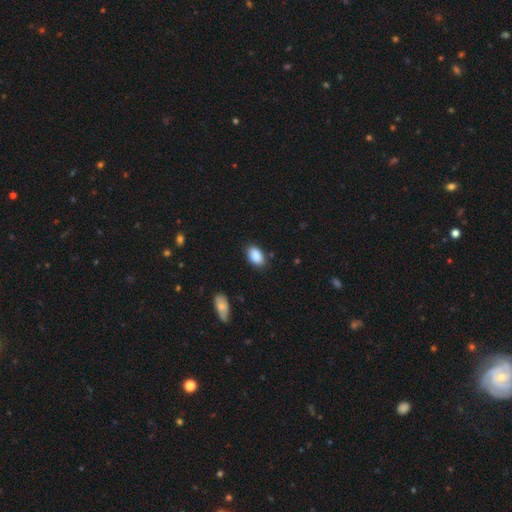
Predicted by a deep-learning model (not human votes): Smooth or featured?
  - smooth: 89% *
  - star or artifact: 7%
  - featured or disk: 4%
How rounded?
  - in between: 92% *
  - round: 6%
  - cigar-shaped: 2%
Merging?
  - none: 82% *
  - minor disturbance: 13%
  - major disturbance: 3%
  - merger: 2%